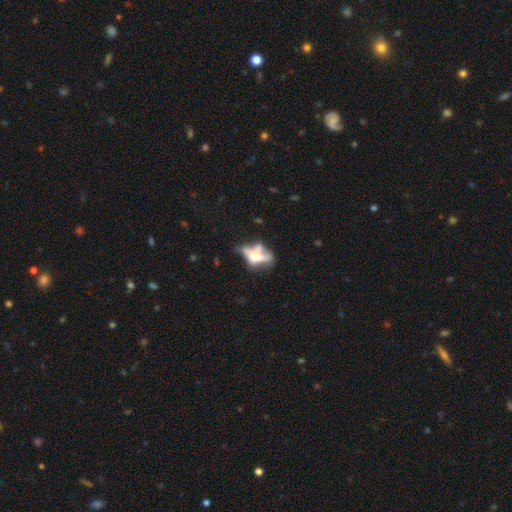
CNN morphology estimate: smooth_or_featured: featured or disk (p=0.50) [alt: smooth p=0.37]
disk_edge_on: no (p=0.65) [alt: yes p=0.35]
merging: merger (p=0.33) [alt: none p=0.28]